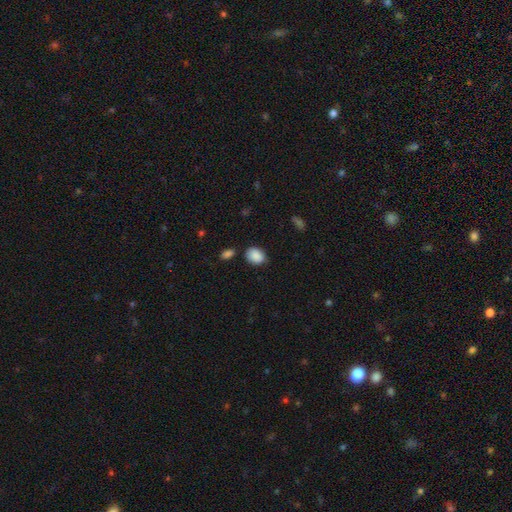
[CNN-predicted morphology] The model was most divided on "how rounded": in between: 67%, round: 32%, cigar-shaped: 1%. More confident: smooth or featured — smooth (89%); merging — none (74%).